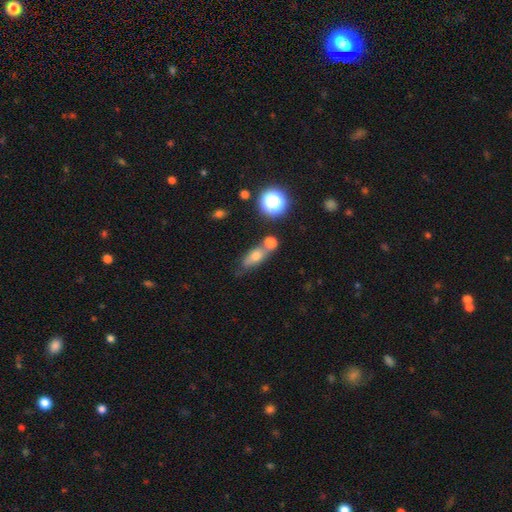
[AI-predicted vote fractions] A smooth galaxy with no disk features (63%) that is in between round and cigar-shaped (57%).

Vote fractions:
- Smooth or featured? smooth: 63% / featured or disk: 20% / star or artifact: 17%
- How rounded? in between: 57% / round: 22% / cigar-shaped: 21%
- Merging? none: 50% / merger: 27% / minor disturbance: 16% / major disturbance: 6%